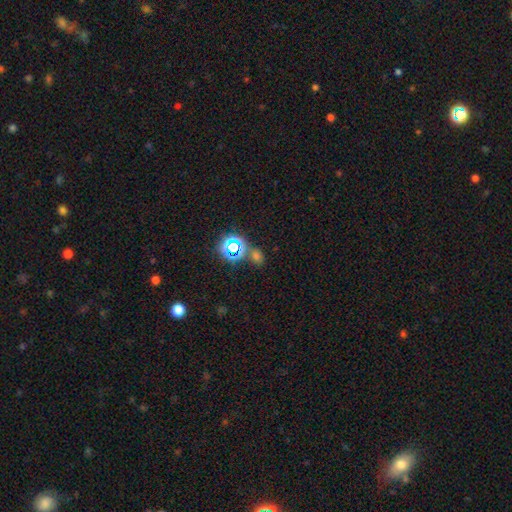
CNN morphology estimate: smooth-or-featured: smooth: 46% (tied) | star or artifact: 46% (tied) | featured or disk: 8%
  merging: none: 68% | merger: 17% | minor disturbance: 10% | major disturbance: 5%